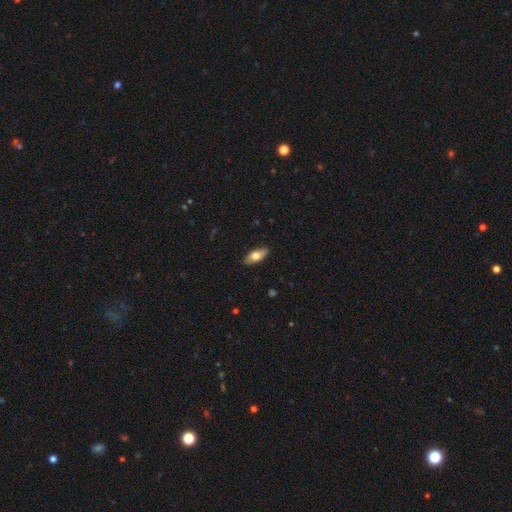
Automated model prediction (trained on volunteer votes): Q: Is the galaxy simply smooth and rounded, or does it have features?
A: smooth — 72%.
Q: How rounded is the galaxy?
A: in between — 82%.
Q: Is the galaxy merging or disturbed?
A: none — 86%.